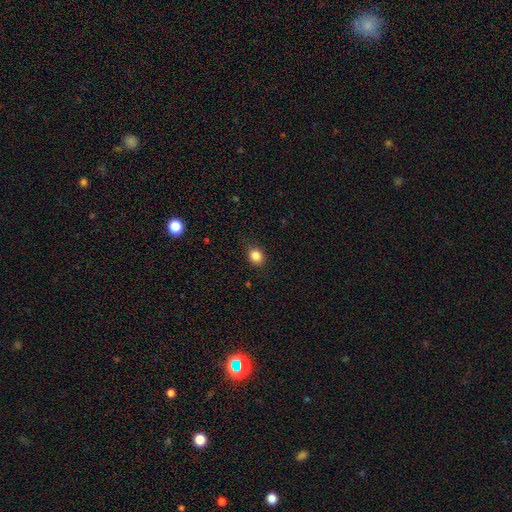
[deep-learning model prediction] A smooth galaxy with no disk features (85%) that is round (59%). Merging: none (85%).